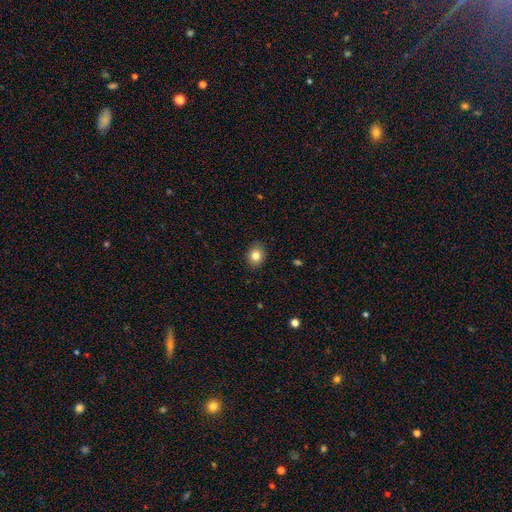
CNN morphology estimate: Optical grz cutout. It shows a smooth galaxy with no disk features (82%) that is round (53%). Merging: none (89%).